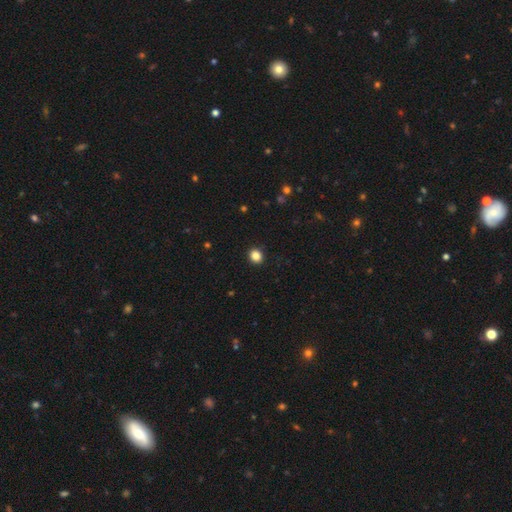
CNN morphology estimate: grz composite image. It shows a smooth galaxy with no disk features (86%) that is round (74%). Merging: none (92%).